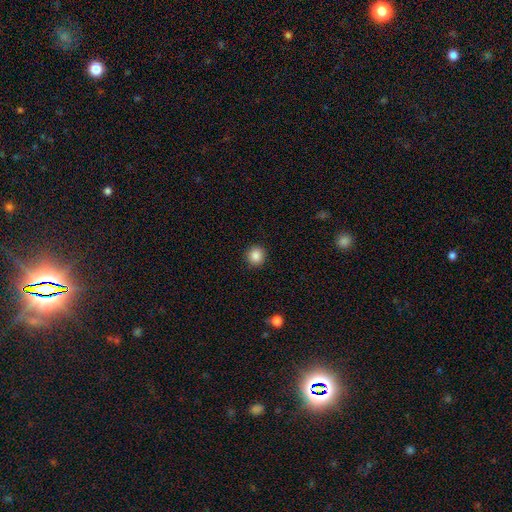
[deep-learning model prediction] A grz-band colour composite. It shows a smooth galaxy with no disk features (87%) that is round (92%). Merging: none (91%).